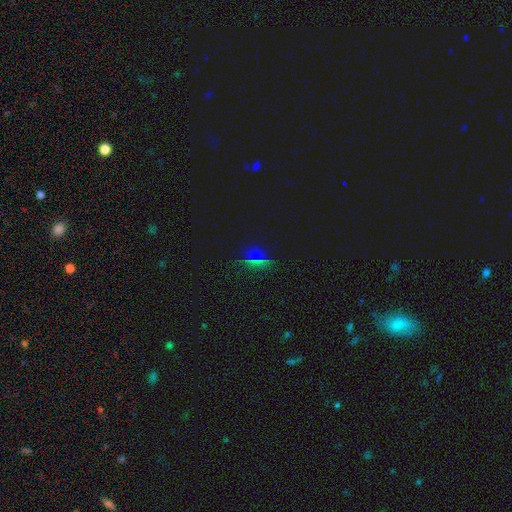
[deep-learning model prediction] Overall: smooth (44%, tied with star or artifact). Merging: none (80%).